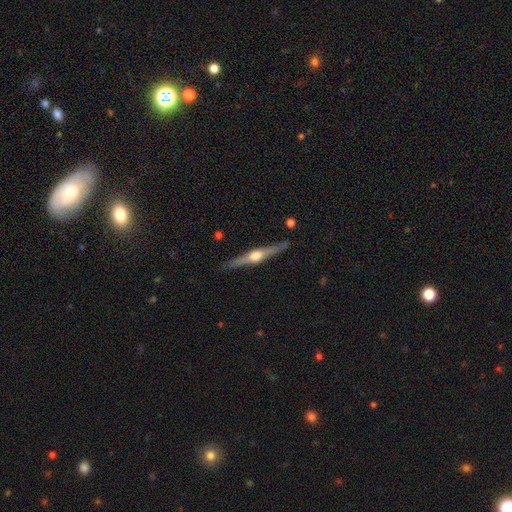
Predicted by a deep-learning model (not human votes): Smooth or featured? Predicted: featured or disk (p=0.77). Edge-on disk? Predicted: yes (p=0.98). Edge-on bulge? Predicted: rounded (p=0.93). Merging? Predicted: none (p=0.88).